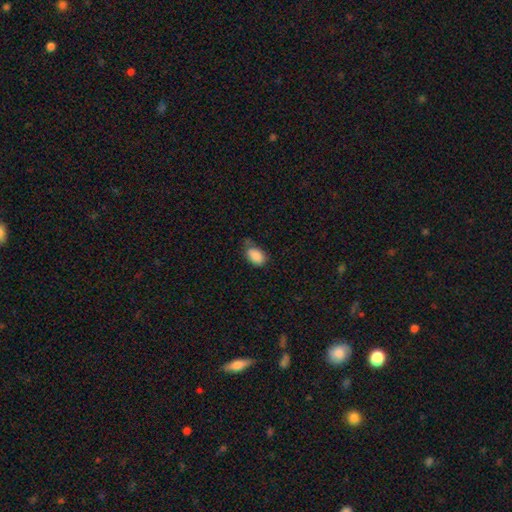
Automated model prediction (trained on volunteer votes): smooth 87%, star or artifact 8%, featured or disk 6%. Down the decision tree: how rounded — in between (89%); merging — none (50%).